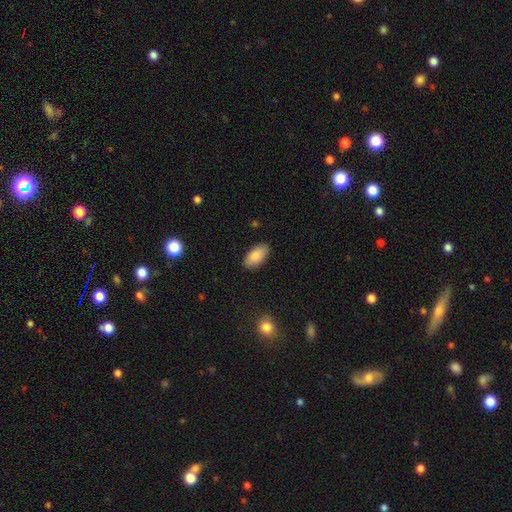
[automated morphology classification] Q: Smooth or featured?
A: smooth (87%); runner-up: star or artifact (7%)
Q: How rounded?
A: in between (94%); runner-up: cigar-shaped (3%)
Q: Merging?
A: none (87%); runner-up: minor disturbance (10%)